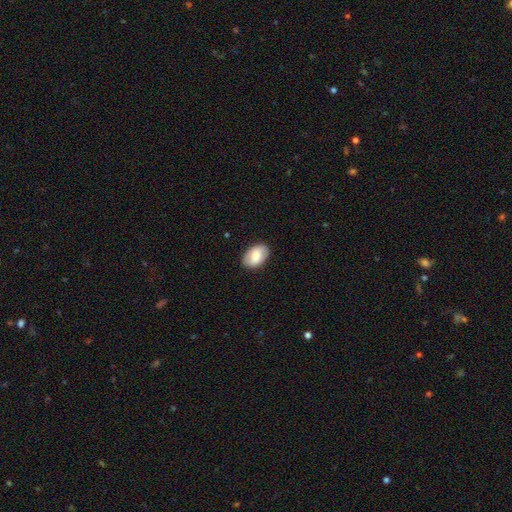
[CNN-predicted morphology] A smooth galaxy with no disk features (74%) that is in between round and cigar-shaped (89%).

Vote fractions:
- Smooth or featured? smooth: 74% / featured or disk: 20% / star or artifact: 6%
- How rounded? in between: 89% / round: 10% / cigar-shaped: 1%
- Merging? none: 87% / minor disturbance: 10% / major disturbance: 2% / merger: 1%